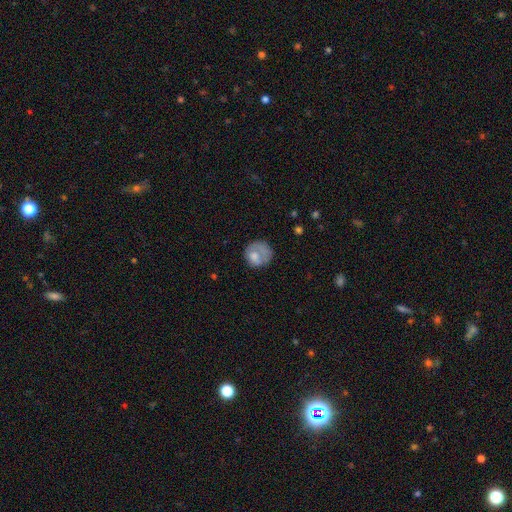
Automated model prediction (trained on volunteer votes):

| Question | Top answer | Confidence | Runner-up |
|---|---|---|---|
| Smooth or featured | smooth | 66% | featured or disk (26%) |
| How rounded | round | 77% | in between (22%) |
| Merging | none | 46% | minor disturbance (25%) |